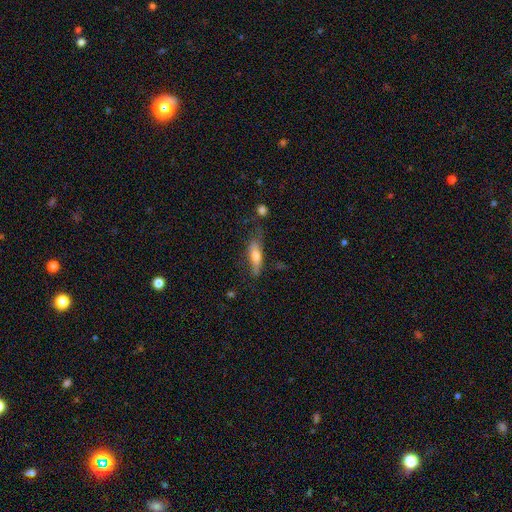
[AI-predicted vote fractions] Smooth or featured?
  - smooth: 61% *
  - featured or disk: 33%
  - star or artifact: 7%
How rounded?
  - cigar-shaped: 56% *
  - in between: 41%
  - round: 2%
Merging?
  - none: 56% *
  - minor disturbance: 28%
  - major disturbance: 13%
  - merger: 4%